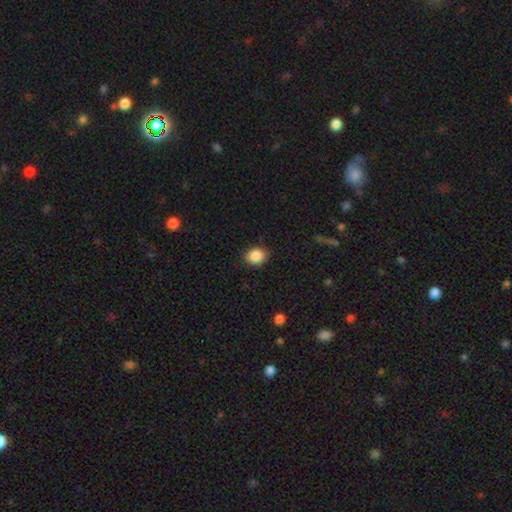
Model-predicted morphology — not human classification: Overall: smooth (88%). How rounded: round (62%; in between 37%). Merging: none (87%).